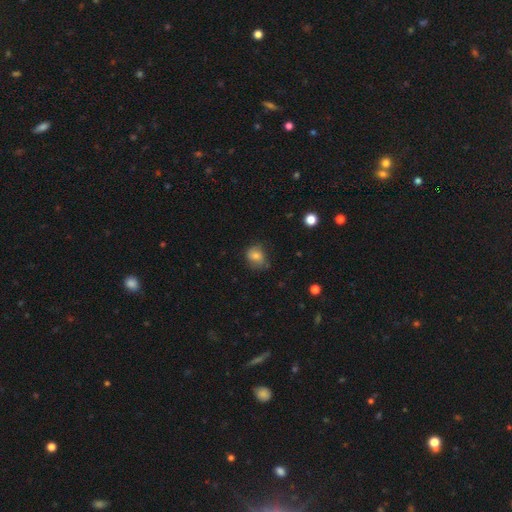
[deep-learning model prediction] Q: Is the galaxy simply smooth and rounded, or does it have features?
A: smooth — 75%.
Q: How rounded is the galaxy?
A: round — 56%.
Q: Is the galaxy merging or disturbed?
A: none — 58%.